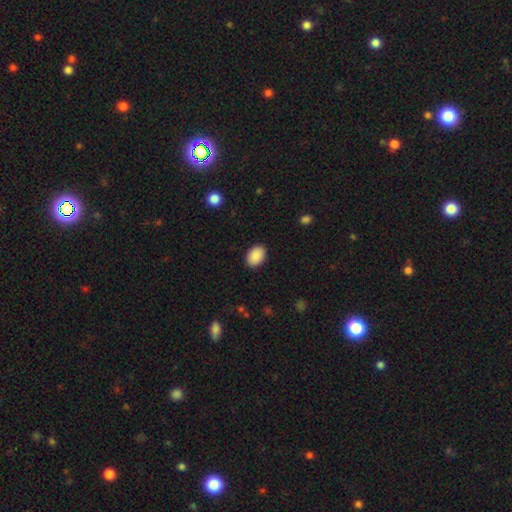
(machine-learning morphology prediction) This is clearly a smooth galaxy (90%). How rounded: clearly in between (84%). Merging: clearly none (89%).